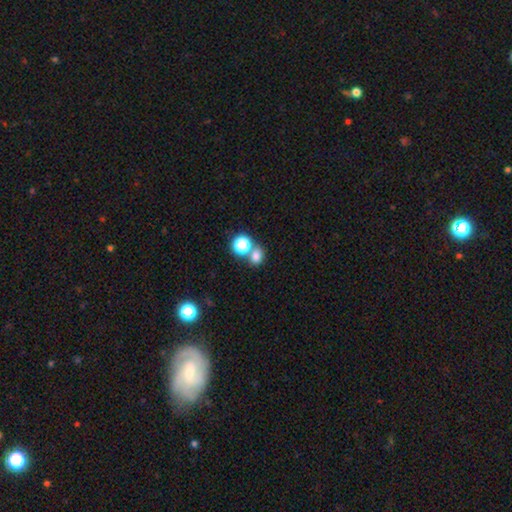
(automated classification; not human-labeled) A smooth galaxy with no disk features (74%) that is round (57%).

Vote fractions:
- Smooth or featured? smooth: 74% / star or artifact: 19% / featured or disk: 7%
- How rounded? round: 57% / in between: 41% / cigar-shaped: 1%
- Merging? none: 55% / merger: 32% / minor disturbance: 8% / major disturbance: 4%